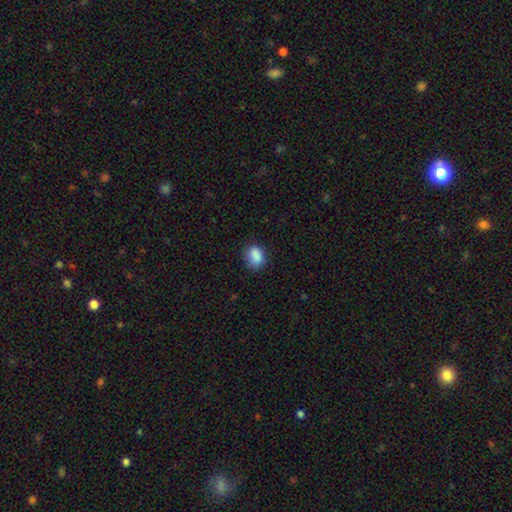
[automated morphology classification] Overall: smooth (84%). How rounded: in between (67%; round 31%). Merging: none (66%).